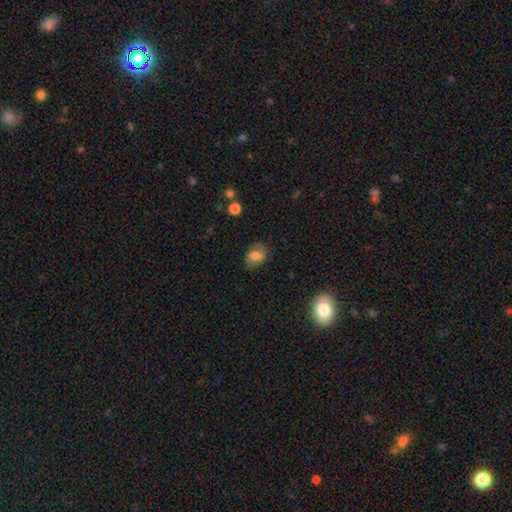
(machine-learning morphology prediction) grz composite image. It shows a smooth galaxy with no disk features (68%) that is in between round and cigar-shaped (58%). Merging: none (70%).